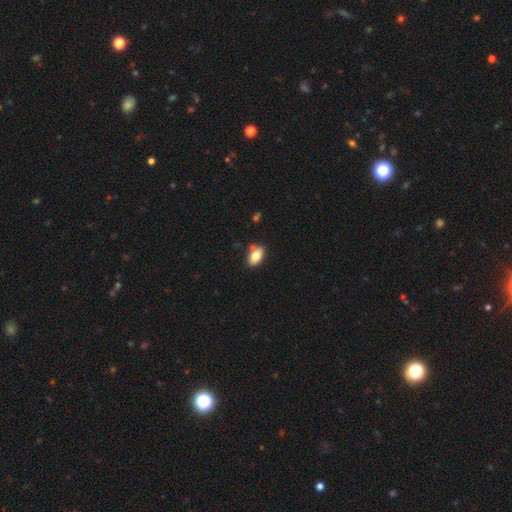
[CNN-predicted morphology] Smooth or featured?
  - smooth: 81% *
  - featured or disk: 11%
  - star or artifact: 8%
How rounded?
  - in between: 89% *
  - round: 9%
  - cigar-shaped: 2%
Merging?
  - none: 72% *
  - minor disturbance: 20%
  - merger: 5%
  - major disturbance: 4%